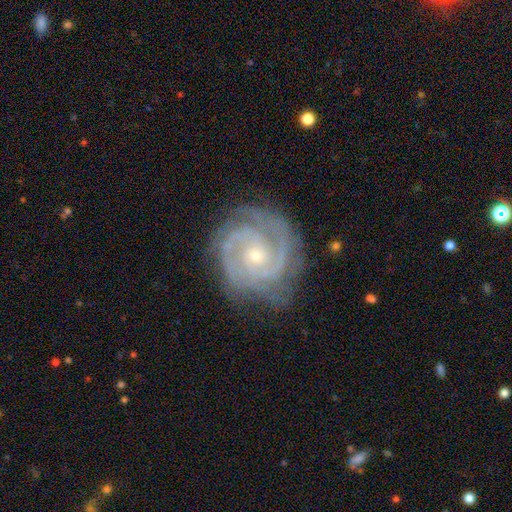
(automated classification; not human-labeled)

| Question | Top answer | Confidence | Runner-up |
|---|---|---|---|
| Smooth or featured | featured or disk | 91% | star or artifact (5%) |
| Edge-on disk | no | 98% | yes (2%) |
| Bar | no | 70% | weak (23%) |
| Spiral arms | yes | 98% | no (2%) |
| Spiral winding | tight | 70% | medium (26%) |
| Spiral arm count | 2 | 43% | 3 (29%) |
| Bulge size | small | 69% | moderate (28%) |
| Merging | none | 76% | minor disturbance (17%) |